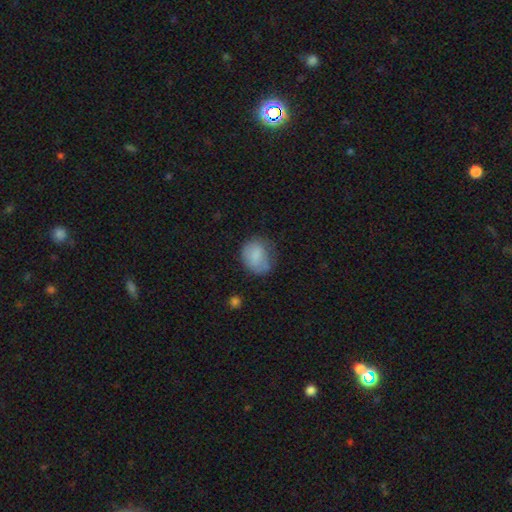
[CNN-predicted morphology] Smooth or featured? Predicted: smooth (p=0.78). How rounded? Predicted: round (p=0.55). Merging? Predicted: none (p=0.57).